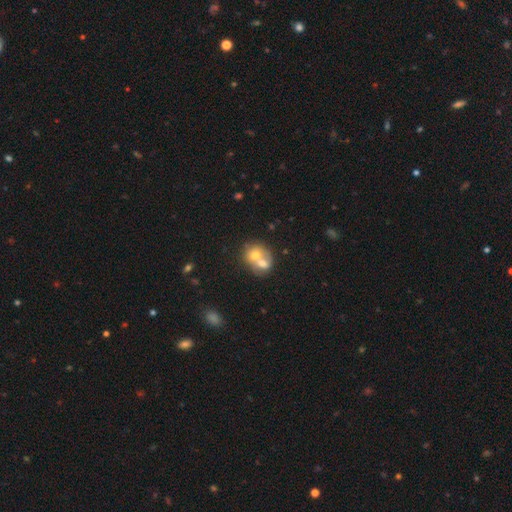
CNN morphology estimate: type=smooth (62%); roundness=round (62%); merging=merger (73%).